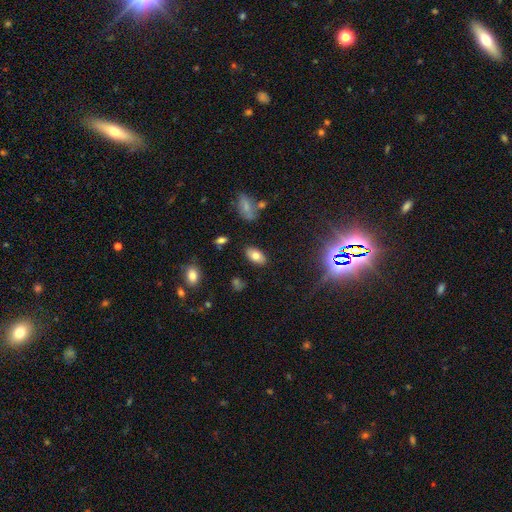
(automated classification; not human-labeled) smooth 75%, featured or disk 14%, star or artifact 10%. Down the decision tree: how rounded — in between (93%); merging — none (86%).